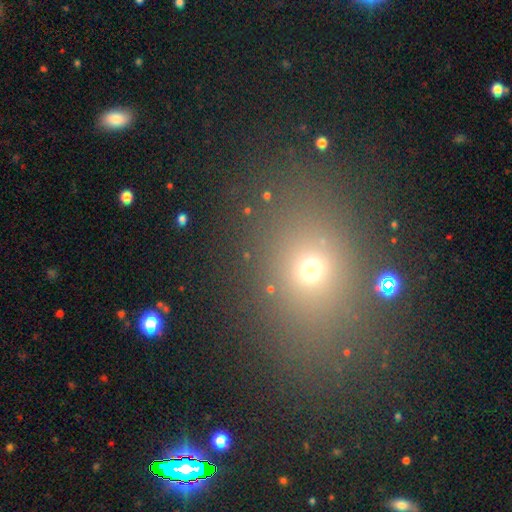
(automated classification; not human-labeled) This appears to be a smooth galaxy with no disk features (58%) that is in between round and cigar-shaped (54%). Merging: none (84%).